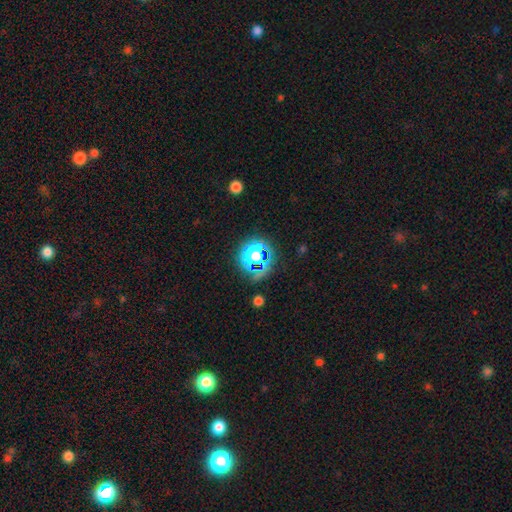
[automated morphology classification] Overall: star or artifact (44%, tied with smooth).